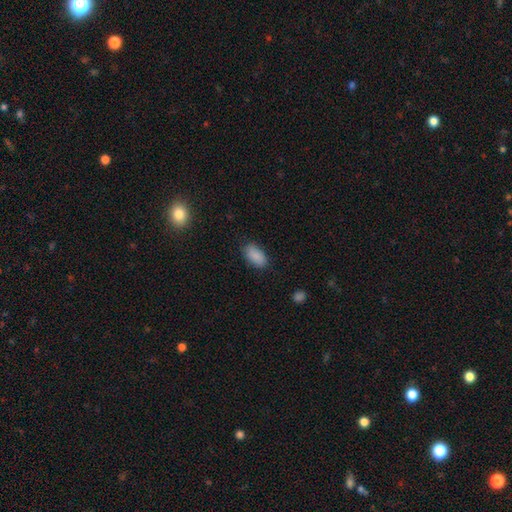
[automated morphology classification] Overall: smooth (89%). How rounded: in between (93%). Merging: none (80%).